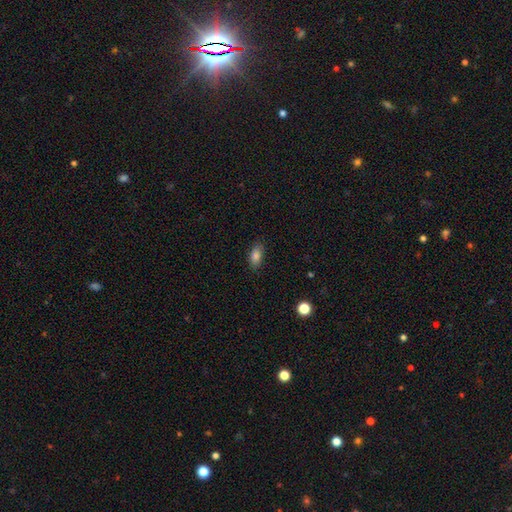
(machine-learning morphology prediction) type=smooth (85%); roundness=in between (88%); merging=none (85%).